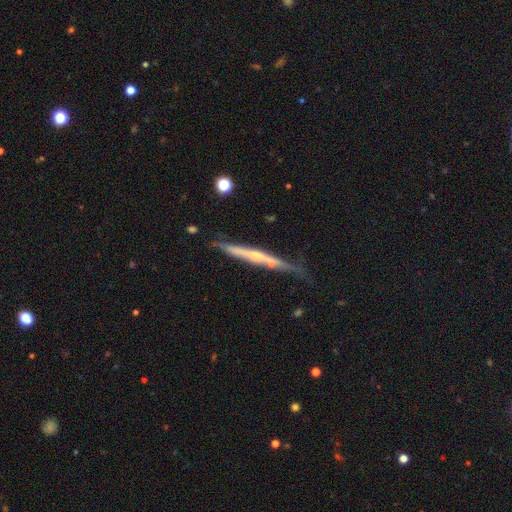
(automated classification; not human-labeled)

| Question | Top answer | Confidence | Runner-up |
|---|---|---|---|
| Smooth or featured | featured or disk | 72% | smooth (22%) |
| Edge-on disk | yes | 96% | no (4%) |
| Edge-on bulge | rounded | 54% | none (39%) |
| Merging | none | 72% | minor disturbance (19%) |